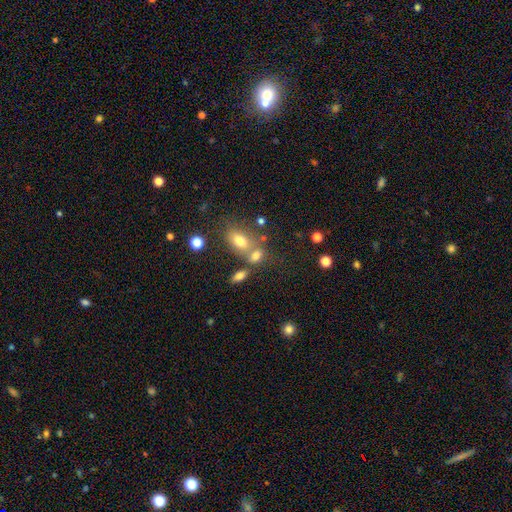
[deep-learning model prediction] Overall: smooth (71%). How rounded: in between (72%). Merging: none (41%; merger 40%).